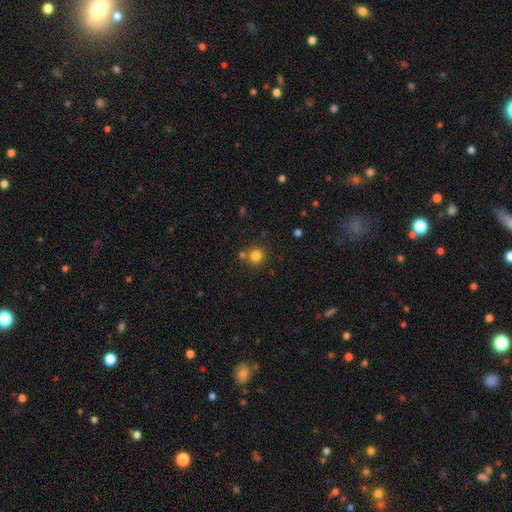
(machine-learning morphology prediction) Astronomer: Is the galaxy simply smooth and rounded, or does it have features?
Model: smooth — 81%.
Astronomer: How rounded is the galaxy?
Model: round — 92%.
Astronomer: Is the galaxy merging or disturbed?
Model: none — 75%.